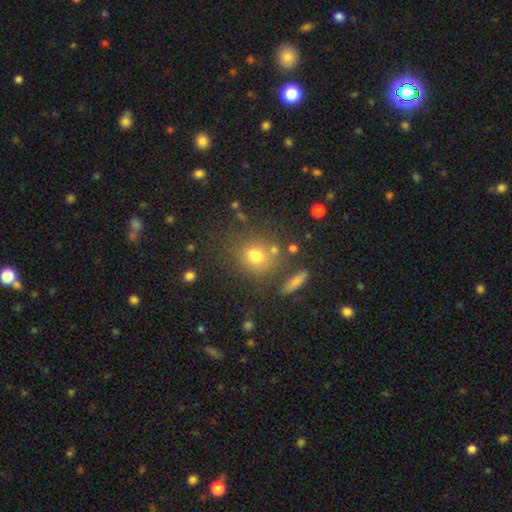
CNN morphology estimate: smooth 72%, star or artifact 16%, featured or disk 12%. Down the decision tree: how rounded — round (62%); merging — none (66%).